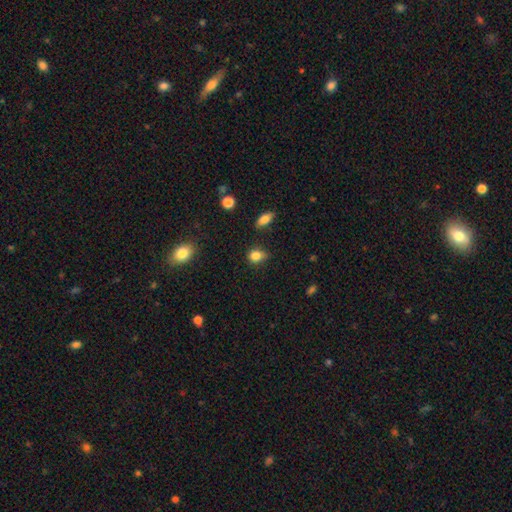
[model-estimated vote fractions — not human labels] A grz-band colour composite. It shows a smooth galaxy with no disk features (83%) that is round (58%). Merging: none (62%).